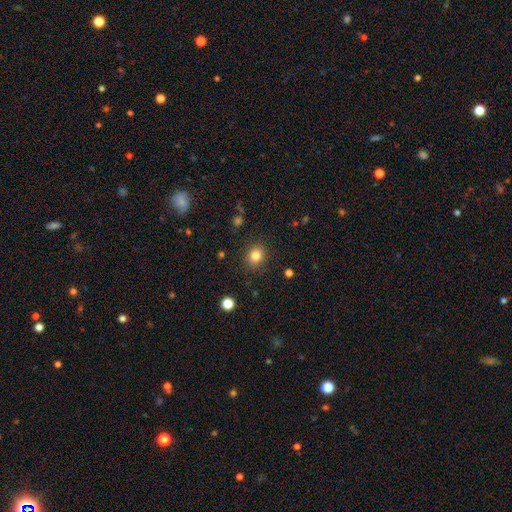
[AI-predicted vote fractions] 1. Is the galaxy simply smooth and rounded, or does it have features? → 82% smooth, 12% star or artifact, 6% featured or disk.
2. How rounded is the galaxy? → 69% round, 30% in between, 1% cigar-shaped.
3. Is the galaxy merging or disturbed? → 88% none, 8% minor disturbance, 3% major disturbance, 1% merger.